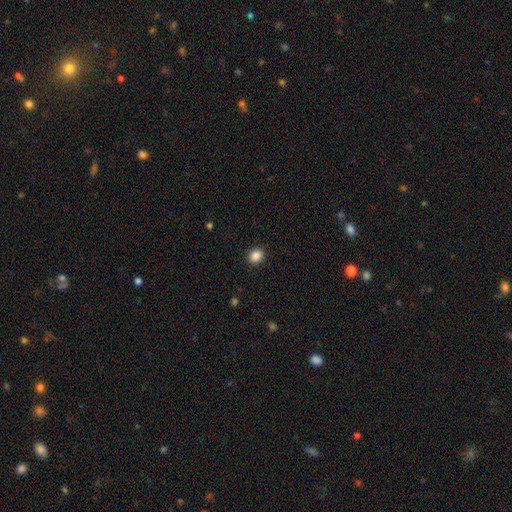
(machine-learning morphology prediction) A smooth galaxy with no disk features (87%) that is round (72%).

Vote fractions:
- Smooth or featured? smooth: 87% / star or artifact: 10% / featured or disk: 3%
- How rounded? round: 72% / in between: 27% / cigar-shaped: 1%
- Merging? none: 91% / minor disturbance: 6% / major disturbance: 2% / merger: 1%